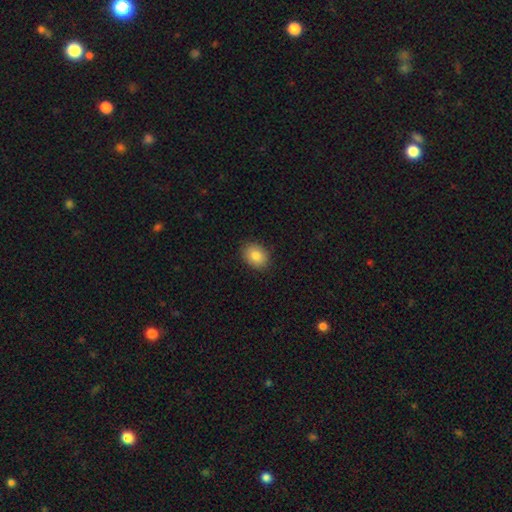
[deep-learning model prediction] Overall: smooth (85%). How rounded: in between (65%; round 34%). Merging: none (88%).